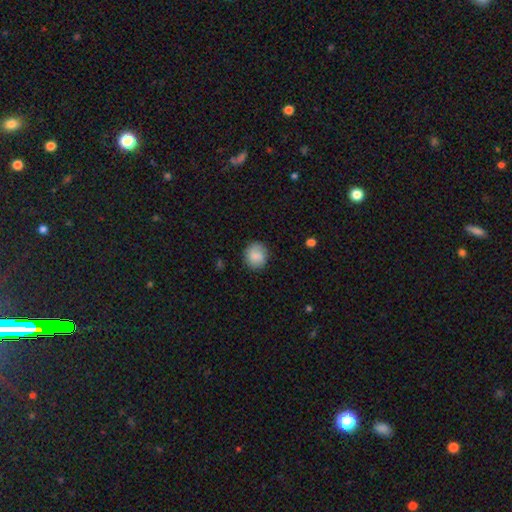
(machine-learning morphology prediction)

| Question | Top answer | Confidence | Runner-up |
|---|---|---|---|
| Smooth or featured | smooth | 86% | star or artifact (7%) |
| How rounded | round | 80% | in between (19%) |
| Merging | none | 83% | minor disturbance (13%) |